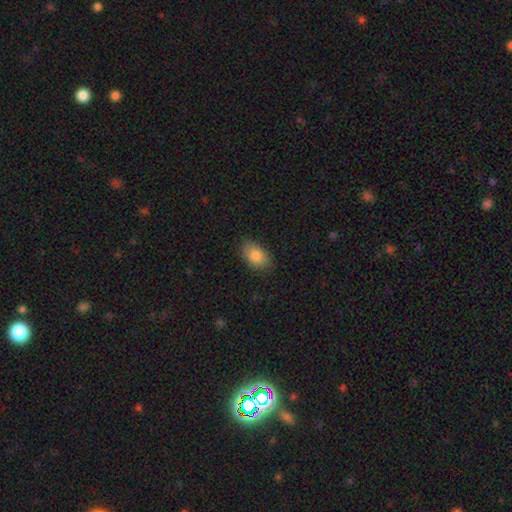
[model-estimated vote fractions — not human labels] smooth 84%, featured or disk 9%, star or artifact 8%. Down the decision tree: how rounded — in between (90%); merging — none (83%).